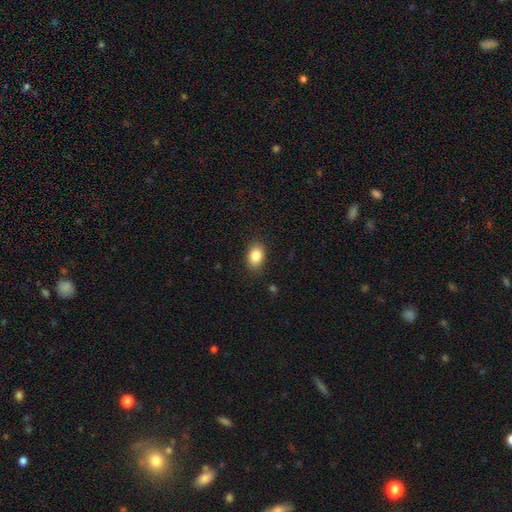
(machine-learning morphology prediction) Q: Smooth or featured?
A: smooth (85%); runner-up: star or artifact (8%)
Q: How rounded?
A: in between (83%); runner-up: round (15%)
Q: Merging?
A: none (86%); runner-up: minor disturbance (10%)